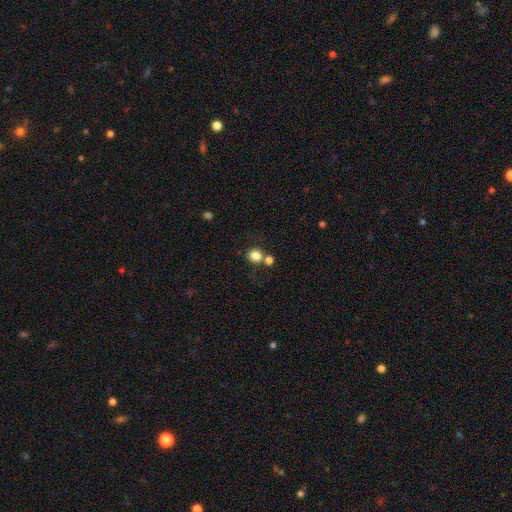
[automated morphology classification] Smooth or featured: smooth — 83% (star or artifact — 12%)
How rounded: round — 82% (in between — 17%)
Merging: none — 64% (merger — 22%)